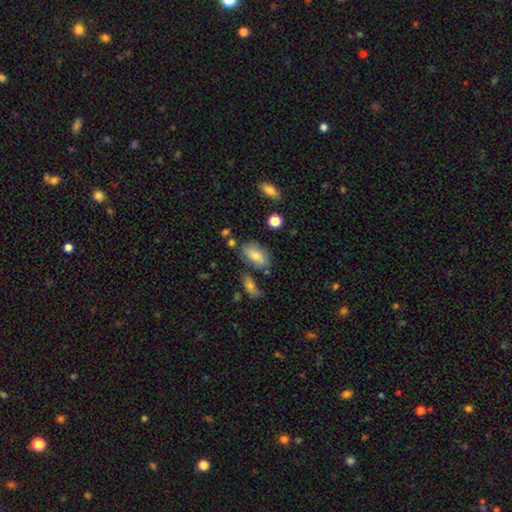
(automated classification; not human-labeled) This is likely a smooth galaxy (71%). How rounded: clearly in between (89%). Merging: likely none (64%).